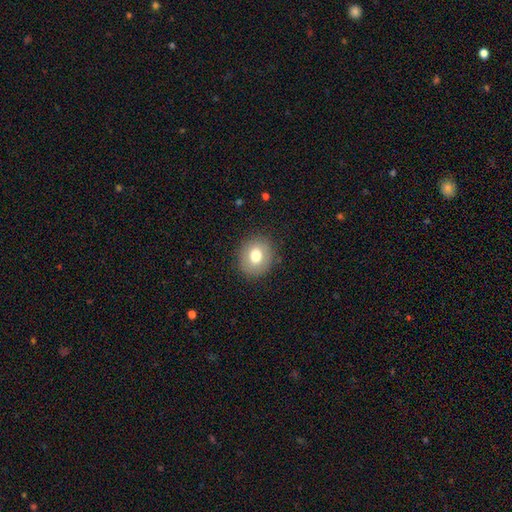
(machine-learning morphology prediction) smooth-or-featured: smooth: 75% | featured or disk: 16% | star or artifact: 9%
  how-rounded: round: 72% | in between: 27% | cigar-shaped: 1%
  merging: none: 87% | minor disturbance: 9% | major disturbance: 3% | merger: 1%